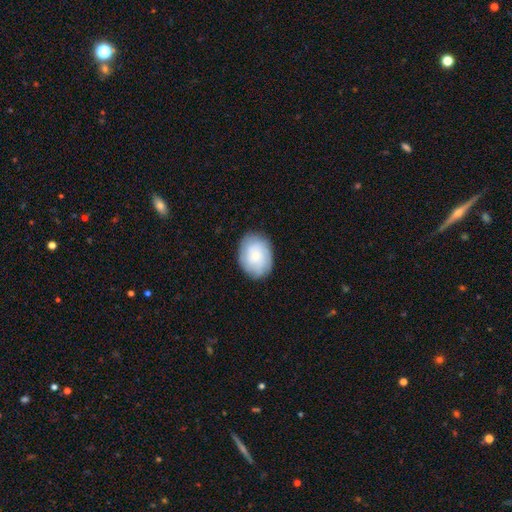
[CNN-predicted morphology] smooth 66%, featured or disk 27%, star or artifact 7%. Down the decision tree: how rounded — in between (74%); merging — none (81%).